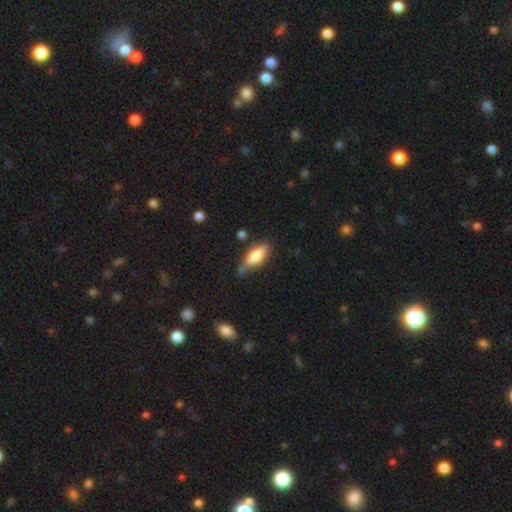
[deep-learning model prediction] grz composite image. It shows a smooth galaxy with no disk features (74%) that is in between round and cigar-shaped (62%). Merging: none (66%).